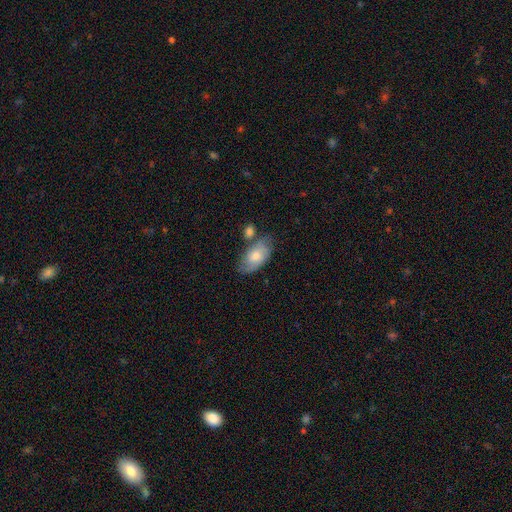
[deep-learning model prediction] Smooth or featured?
  - smooth: 51% *
  - featured or disk: 41%
  - star or artifact: 8%
How rounded?
  - in between: 90% *
  - round: 6%
  - cigar-shaped: 4%
Merging?
  - none: 57% *
  - minor disturbance: 20%
  - merger: 17%
  - major disturbance: 6%